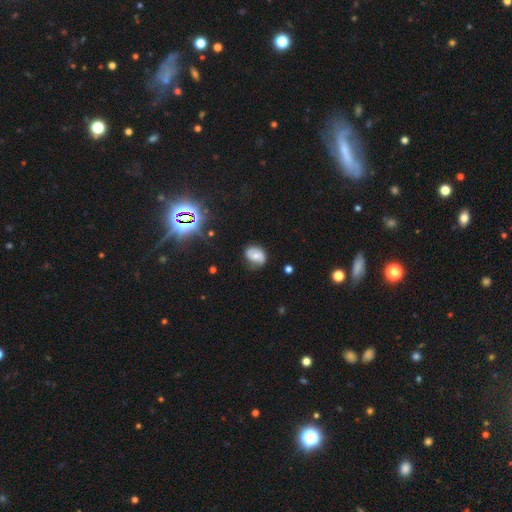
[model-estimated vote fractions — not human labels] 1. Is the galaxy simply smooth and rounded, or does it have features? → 47% smooth, 42% featured or disk, 12% star or artifact.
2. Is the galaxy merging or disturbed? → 66% none, 25% minor disturbance, 7% major disturbance, 2% merger.